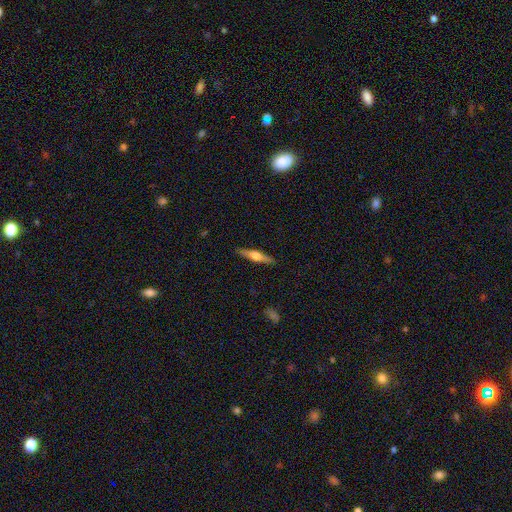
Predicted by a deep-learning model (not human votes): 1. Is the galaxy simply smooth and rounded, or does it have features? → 55% featured or disk, 39% smooth, 6% star or artifact.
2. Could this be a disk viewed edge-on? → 95% yes, 5% no.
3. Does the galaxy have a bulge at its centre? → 87% rounded, 8% boxy, 5% none.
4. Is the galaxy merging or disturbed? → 89% none, 8% minor disturbance, 2% major disturbance, 1% merger.